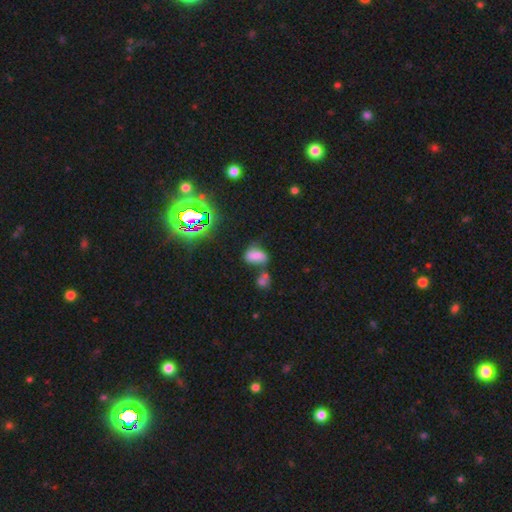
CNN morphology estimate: Smooth or featured? Predicted: smooth (p=0.58). How rounded? Predicted: in between (p=0.85). Merging? Predicted: none (p=0.39).